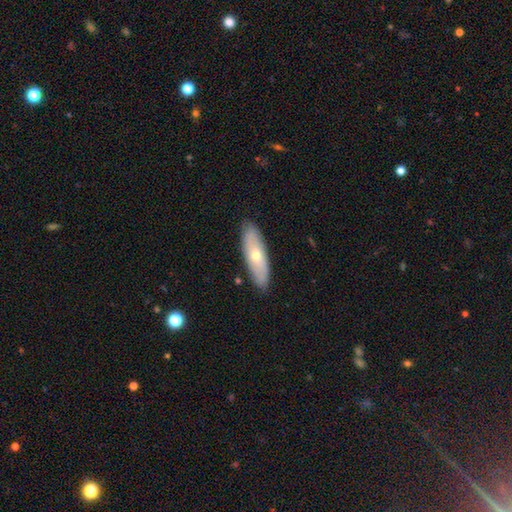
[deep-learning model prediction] A smooth galaxy with no disk features (53%) that is in between round and cigar-shaped (52%).

Vote fractions:
- Smooth or featured? smooth: 53% / featured or disk: 41% / star or artifact: 6%
- How rounded? in between: 52% / cigar-shaped: 45% / round: 2%
- Merging? none: 87% / minor disturbance: 10% / major disturbance: 2% / merger: 1%